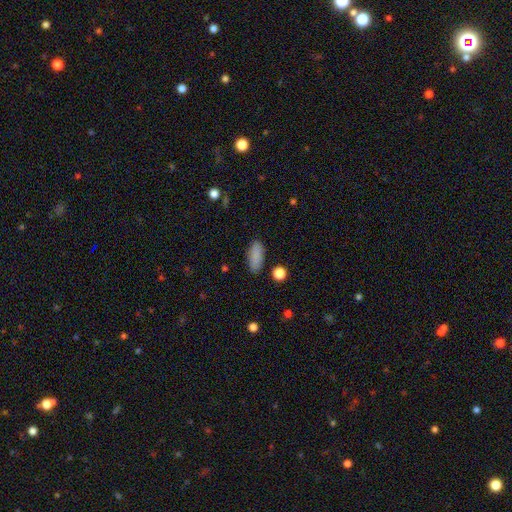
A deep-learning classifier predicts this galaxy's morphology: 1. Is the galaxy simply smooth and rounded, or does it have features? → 88% smooth, 7% star or artifact, 5% featured or disk.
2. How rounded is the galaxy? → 78% in between, 20% cigar-shaped, 3% round.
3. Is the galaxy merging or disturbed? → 86% none, 10% minor disturbance, 3% major disturbance, 2% merger.